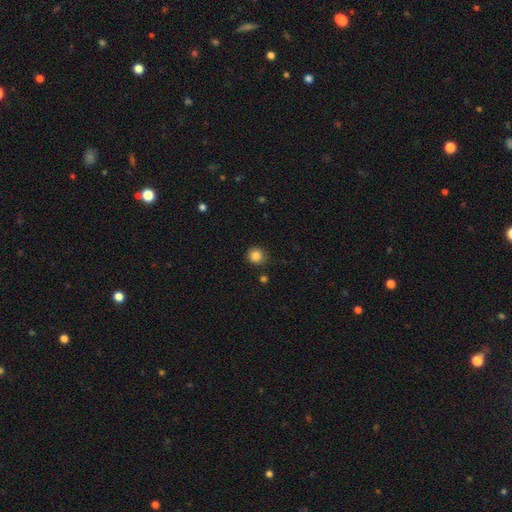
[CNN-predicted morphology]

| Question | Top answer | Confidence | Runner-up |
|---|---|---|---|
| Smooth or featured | smooth | 85% | star or artifact (11%) |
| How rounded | round | 91% | in between (8%) |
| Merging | none | 85% | minor disturbance (10%) |